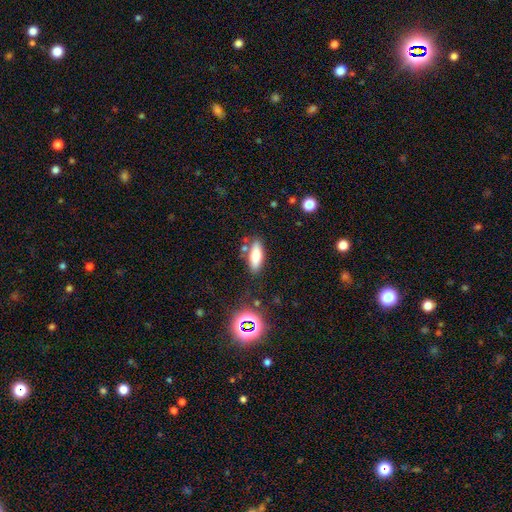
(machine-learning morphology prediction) Smooth or featured?
  - smooth: 74% *
  - featured or disk: 16%
  - star or artifact: 10%
How rounded?
  - in between: 69% *
  - cigar-shaped: 28%
  - round: 3%
Merging?
  - none: 76% *
  - minor disturbance: 14%
  - merger: 6%
  - major disturbance: 4%